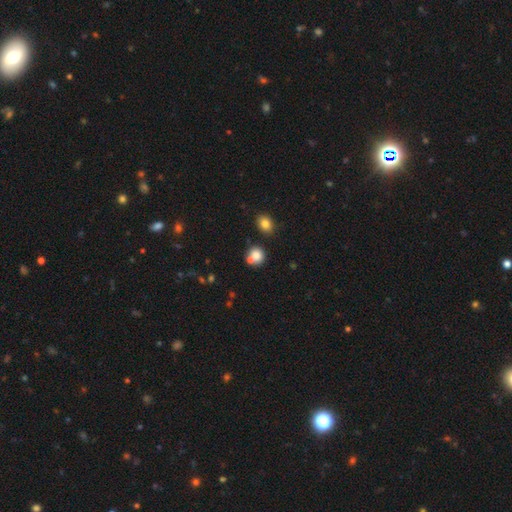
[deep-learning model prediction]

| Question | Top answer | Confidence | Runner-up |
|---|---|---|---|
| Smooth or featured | smooth | 80% | star or artifact (11%) |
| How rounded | round | 82% | in between (17%) |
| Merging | none | 53% | merger (33%) |